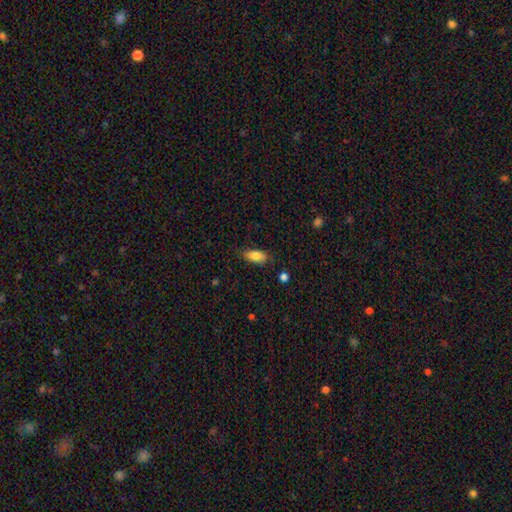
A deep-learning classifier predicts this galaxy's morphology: Smooth or featured? Predicted: smooth (p=0.84). How rounded? Predicted: in between (p=0.87). Merging? Predicted: none (p=0.78).